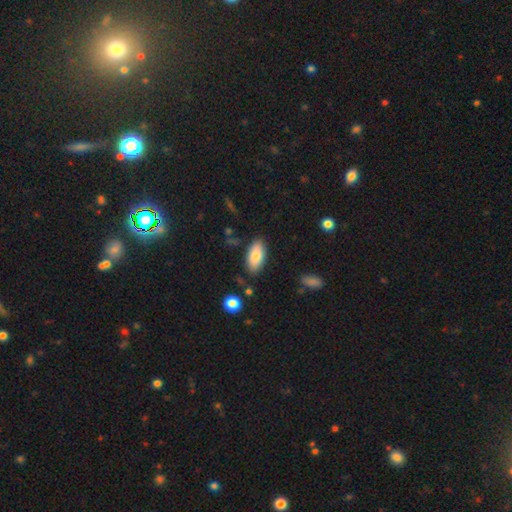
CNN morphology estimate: Q: Smooth or featured?
A: smooth (82%); runner-up: featured or disk (11%)
Q: How rounded?
A: in between (92%); runner-up: cigar-shaped (6%)
Q: Merging?
A: none (82%); runner-up: minor disturbance (13%)